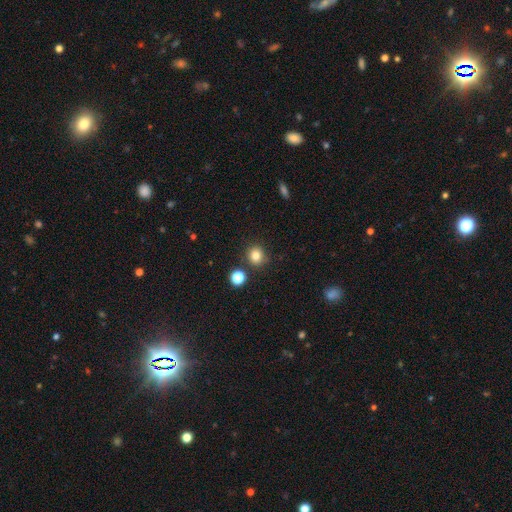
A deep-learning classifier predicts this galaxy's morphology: Smooth or featured: smooth — 82% (star or artifact — 13%)
How rounded: round — 86% (in between — 13%)
Merging: none — 82% (minor disturbance — 9%)